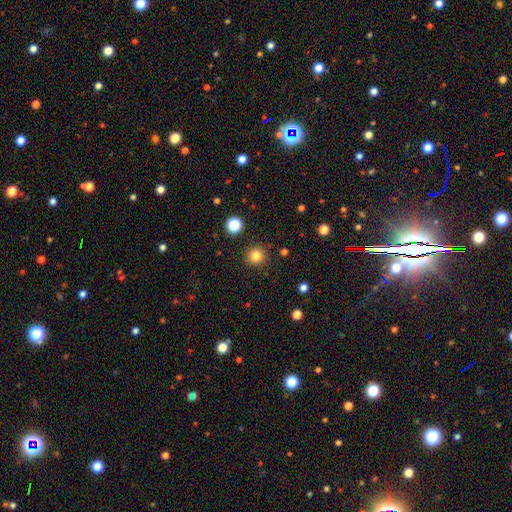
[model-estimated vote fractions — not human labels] smooth_or_featured: smooth (p=0.82) [alt: star or artifact p=0.13]
how_rounded: round (p=0.95) [alt: in between p=0.04]
merging: none (p=0.91) [alt: minor disturbance p=0.05]